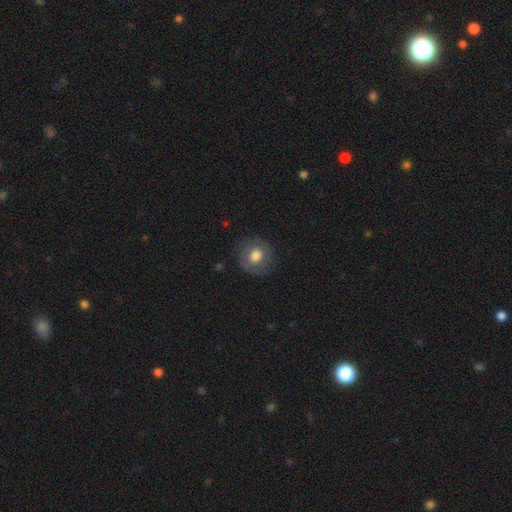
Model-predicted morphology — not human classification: Q: Smooth or featured?
A: smooth (64%); runner-up: featured or disk (28%)
Q: How rounded?
A: round (86%); runner-up: in between (13%)
Q: Merging?
A: none (81%); runner-up: minor disturbance (13%)